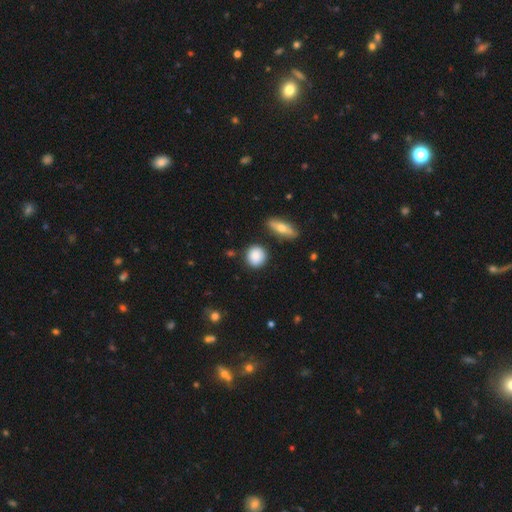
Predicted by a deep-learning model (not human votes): smooth_or_featured: smooth (p=0.85) [alt: featured or disk p=0.08]
how_rounded: round (p=0.84) [alt: in between p=0.14]
merging: none (p=0.84) [alt: minor disturbance p=0.10]